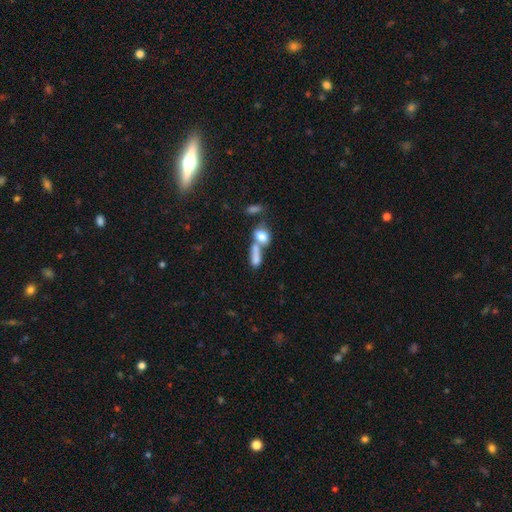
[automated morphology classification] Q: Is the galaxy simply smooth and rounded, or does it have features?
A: smooth — 74%.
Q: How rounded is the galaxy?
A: in between — 65%.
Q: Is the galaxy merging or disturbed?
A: merger — 64%.